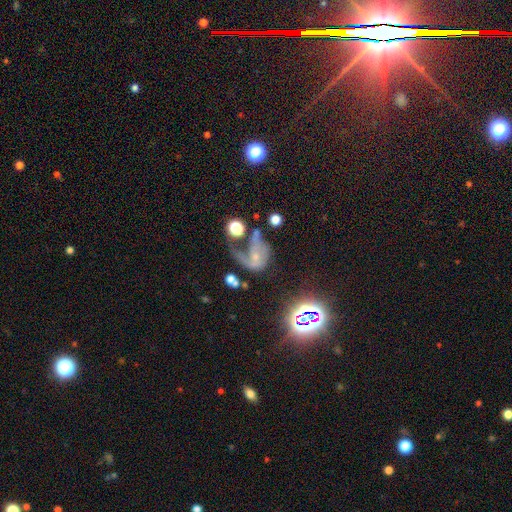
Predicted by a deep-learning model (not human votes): Smooth or featured? featured or disk (62%)
Edge-on disk? no (97%)
Bar? no (66%)
Spiral arms? yes (78%)
Bulge size? small (63%)
Merging? major disturbance (49%)